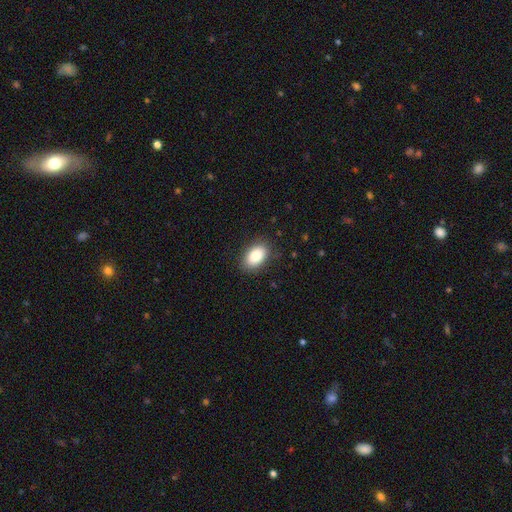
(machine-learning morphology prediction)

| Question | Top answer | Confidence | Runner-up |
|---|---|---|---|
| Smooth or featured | smooth | 87% | star or artifact (7%) |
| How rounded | in between | 89% | round (9%) |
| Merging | none | 85% | minor disturbance (11%) |